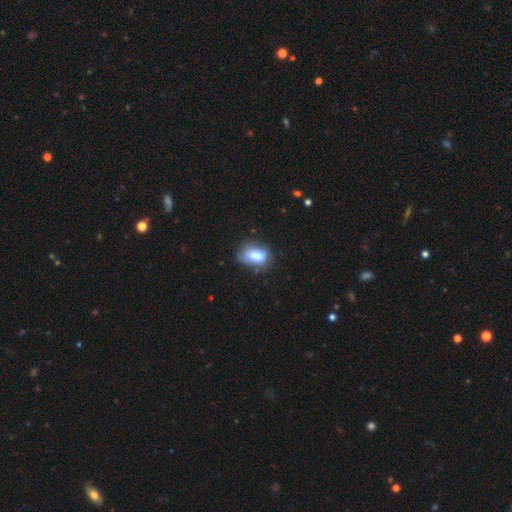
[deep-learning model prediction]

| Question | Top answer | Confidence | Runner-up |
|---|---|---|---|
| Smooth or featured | smooth | 80% | featured or disk (11%) |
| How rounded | in between | 84% | round (13%) |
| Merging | none | 67% | minor disturbance (24%) |